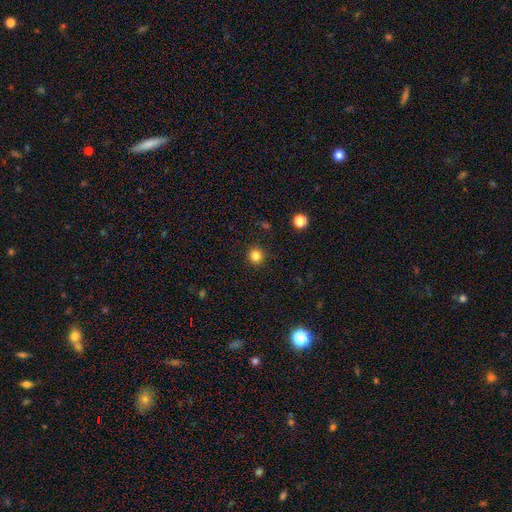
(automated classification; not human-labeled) The model was most divided on "smooth or featured": smooth: 83%, star or artifact: 13%, featured or disk: 4%. More confident: how rounded — round (92%); merging — none (91%).